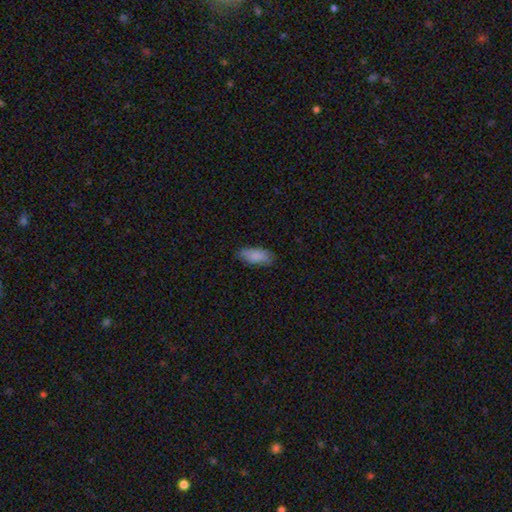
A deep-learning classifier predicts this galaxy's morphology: Q: Smooth or featured?
A: smooth (84%); runner-up: featured or disk (9%)
Q: How rounded?
A: in between (86%); runner-up: cigar-shaped (12%)
Q: Merging?
A: none (74%); runner-up: minor disturbance (20%)